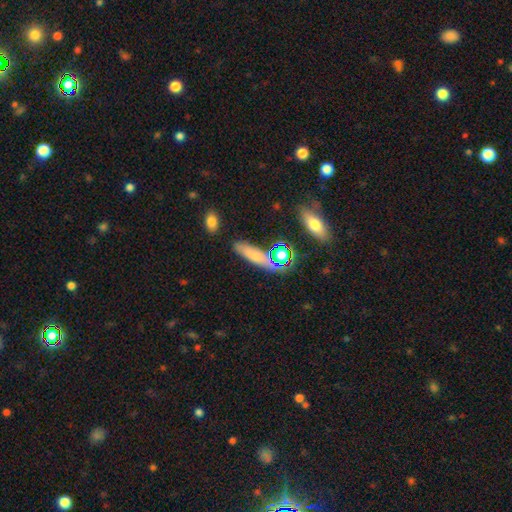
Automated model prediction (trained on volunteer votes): A smooth galaxy with no disk features (67%) that is cigar-shaped (62%). Merging: none (75%).